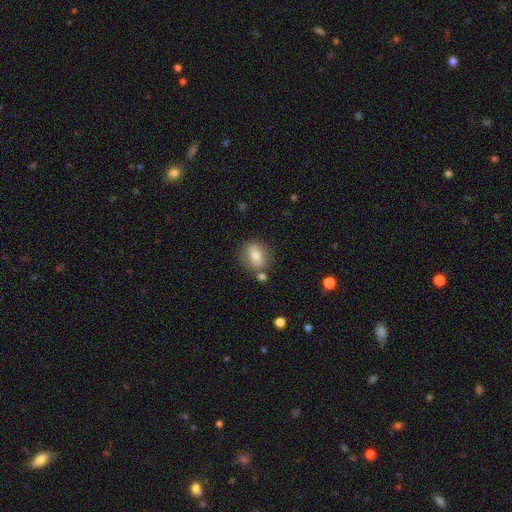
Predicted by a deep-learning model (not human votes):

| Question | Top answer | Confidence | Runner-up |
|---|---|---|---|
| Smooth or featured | smooth | 73% | featured or disk (18%) |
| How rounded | in between | 58% | round (39%) |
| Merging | none | 76% | minor disturbance (12%) |